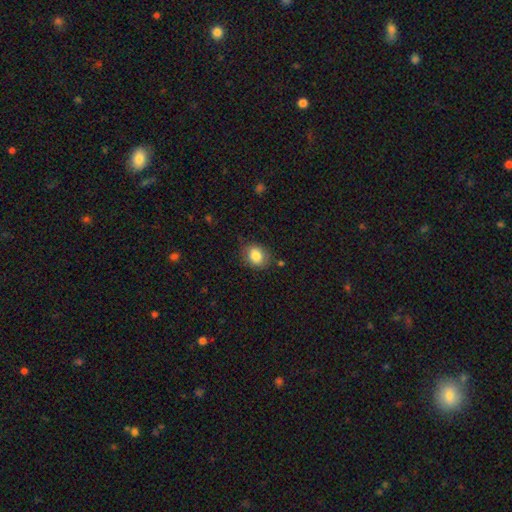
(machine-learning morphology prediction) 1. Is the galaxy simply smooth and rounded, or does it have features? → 84% smooth, 9% star or artifact, 7% featured or disk.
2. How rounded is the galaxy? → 53% round, 46% in between, 1% cigar-shaped.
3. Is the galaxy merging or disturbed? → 79% none, 16% minor disturbance, 4% major disturbance, 2% merger.